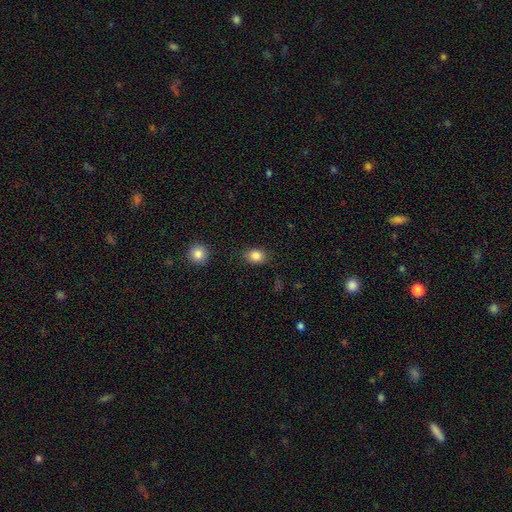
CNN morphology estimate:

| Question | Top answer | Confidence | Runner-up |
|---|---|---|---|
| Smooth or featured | smooth | 85% | star or artifact (10%) |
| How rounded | in between | 55% | round (44%) |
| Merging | none | 84% | minor disturbance (12%) |